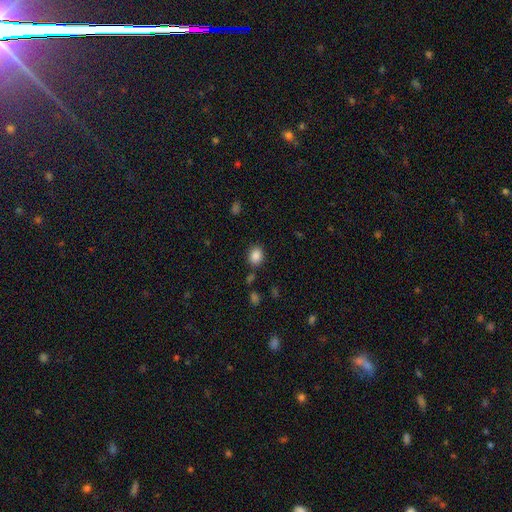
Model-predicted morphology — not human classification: The model was most divided on "how rounded": in between: 50%, round: 49%, cigar-shaped: 1%. More confident: smooth or featured — smooth (87%); merging — none (81%).